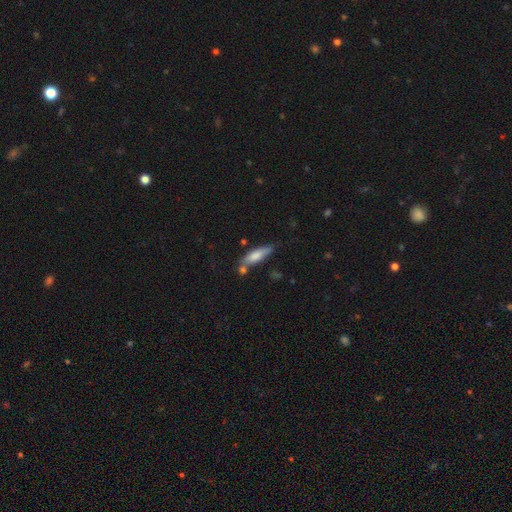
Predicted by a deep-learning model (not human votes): Morphology: type=smooth (71%); roundness=cigar-shaped (60%); merging=none (61%).